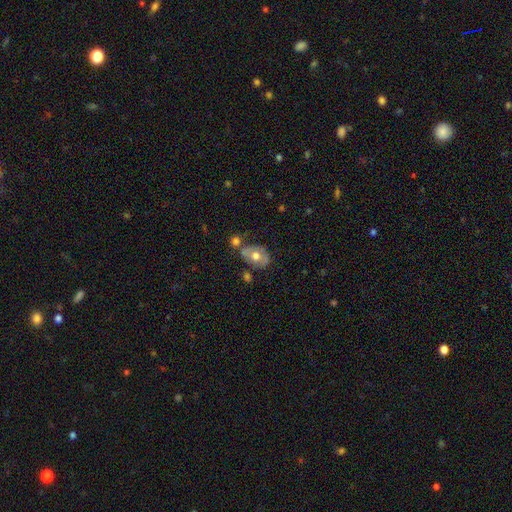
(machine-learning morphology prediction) smooth 52%, featured or disk 40%, star or artifact 8%. Down the decision tree: how rounded — in between (67%); merging — none (52%).